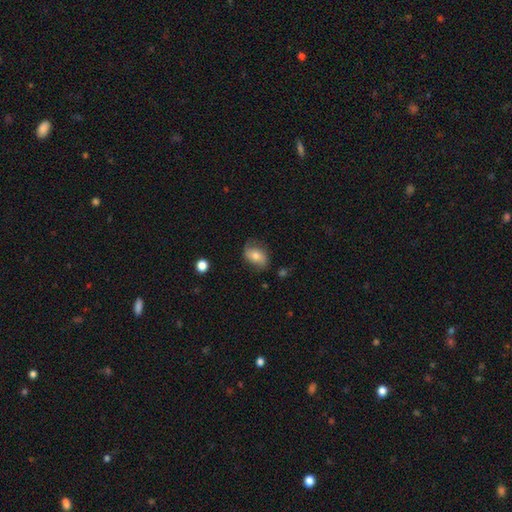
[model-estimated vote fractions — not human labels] Morphology: type=smooth (56%); roundness=in between (80%); merging=none (67%).